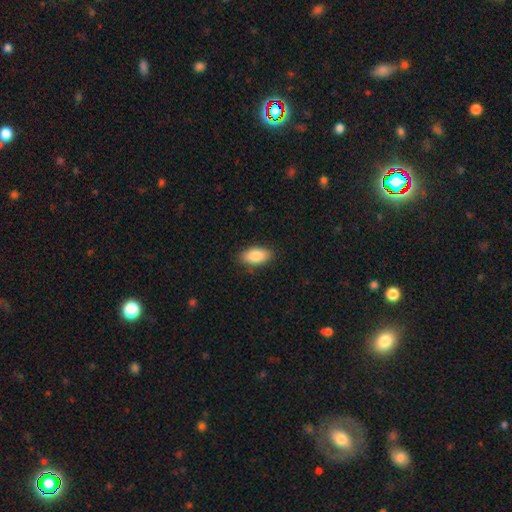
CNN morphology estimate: A smooth galaxy with no disk features (87%) that is in between round and cigar-shaped (92%). Merging: none (87%).